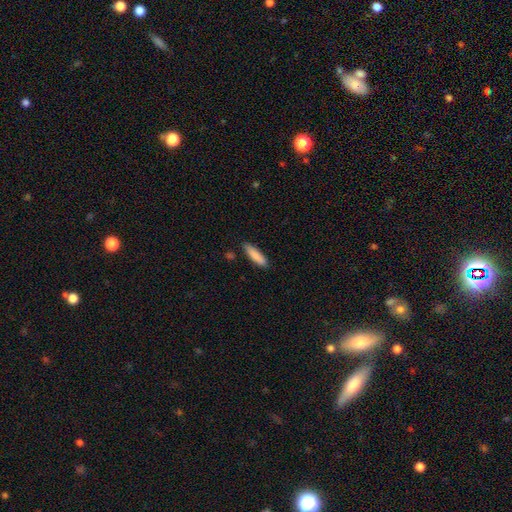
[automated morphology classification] Q: Smooth or featured?
A: smooth (87%); runner-up: featured or disk (8%)
Q: How rounded?
A: cigar-shaped (69%); runner-up: in between (30%)
Q: Merging?
A: none (85%); runner-up: minor disturbance (11%)